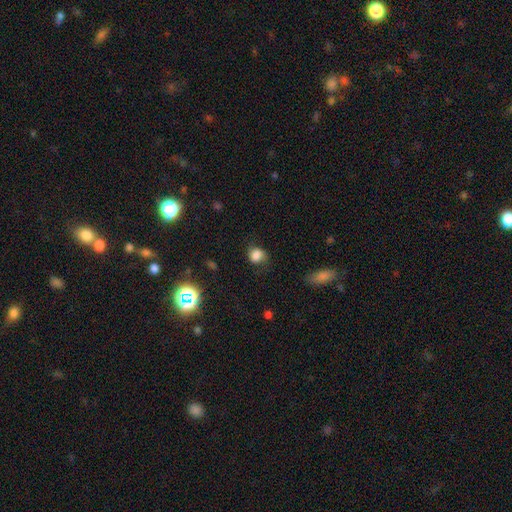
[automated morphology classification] smooth_or_featured: smooth (p=0.72) [alt: featured or disk p=0.16]
how_rounded: round (p=0.59) [alt: in between p=0.40]
merging: none (p=0.57) [alt: minor disturbance p=0.27]